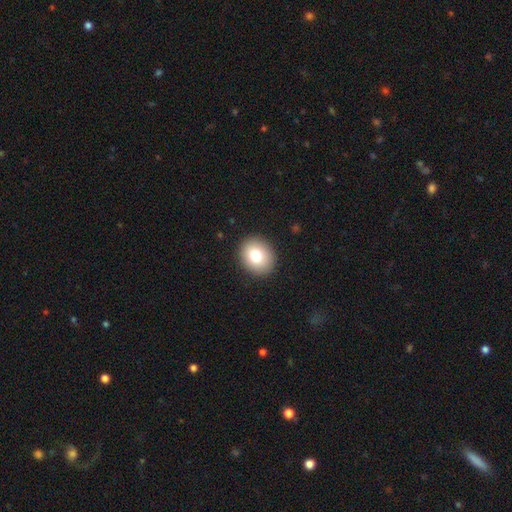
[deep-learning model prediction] The model was most divided on "how rounded": round: 62%, in between: 37%, cigar-shaped: 1%. More confident: merging — none (90%); smooth or featured — smooth (79%).